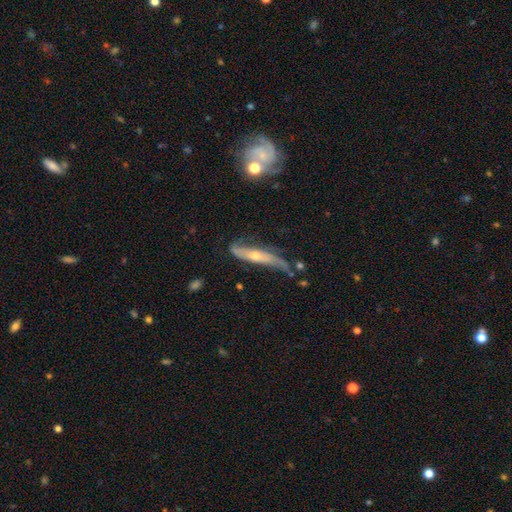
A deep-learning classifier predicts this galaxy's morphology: This is likely a featured or disk galaxy (71%). It is possibly viewed edge-on (54%). Merging: marginally none (45%).